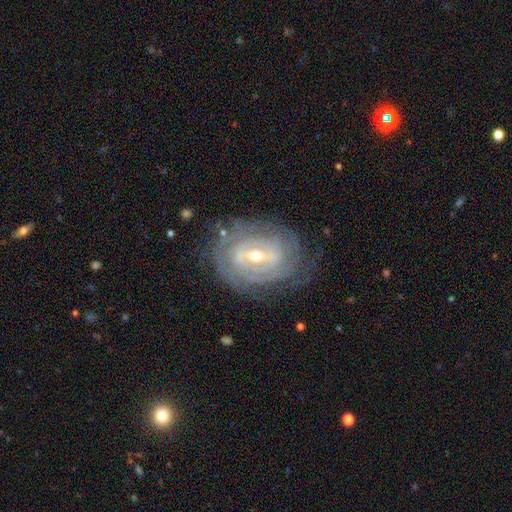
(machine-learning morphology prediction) A featured or disk galaxy (84%) with a weak bar (46%), tight (76%) spiral arms (88%) and a moderate central bulge (53%). Merging: none (74%).